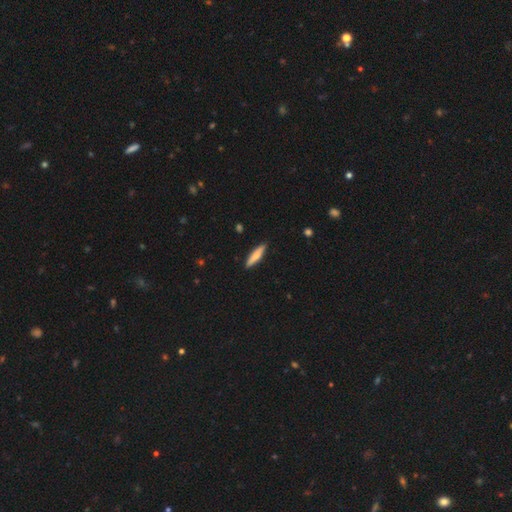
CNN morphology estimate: This appears to be a smooth galaxy with no disk features (63%) that is cigar-shaped (83%). Merging: none (89%).